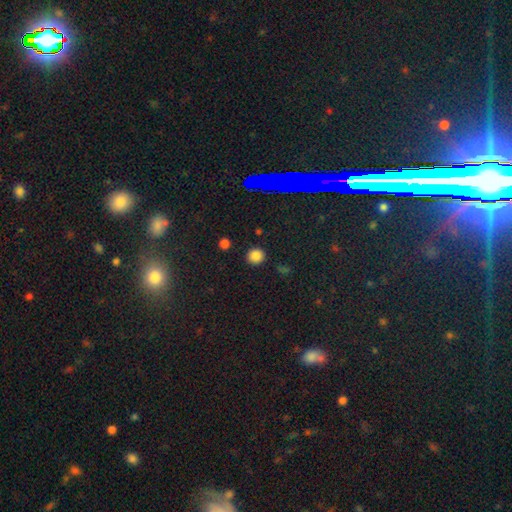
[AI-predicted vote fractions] This appears to be a smooth galaxy with no disk features (82%) that is round (92%). Merging: none (90%).